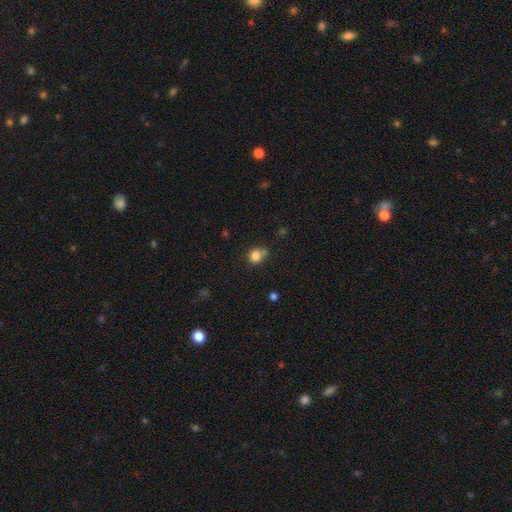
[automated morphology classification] Smooth or featured: smooth — 81% (star or artifact — 12%)
How rounded: round — 78% (in between — 21%)
Merging: none — 58% (minor disturbance — 19%)